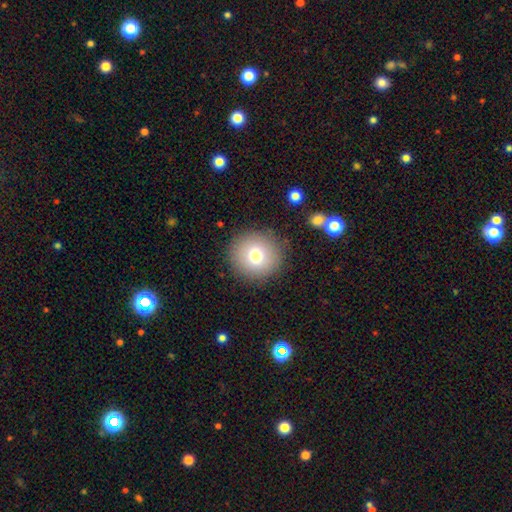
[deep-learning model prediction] The model was most divided on "smooth or featured": smooth: 76%, featured or disk: 13%, star or artifact: 11%. More confident: how rounded — round (94%); merging — none (88%).